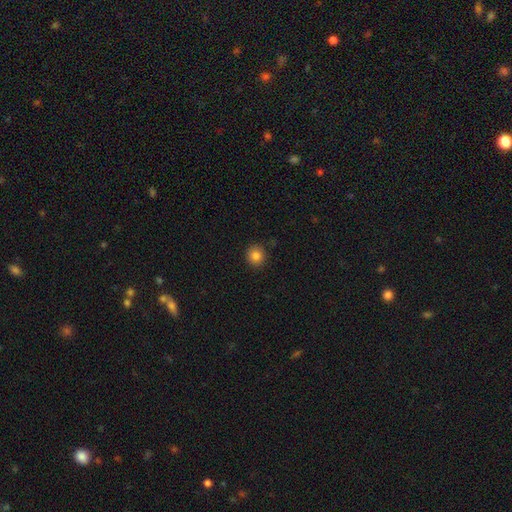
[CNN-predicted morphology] Q: Smooth or featured?
A: smooth (83%); runner-up: star or artifact (11%)
Q: How rounded?
A: round (92%); runner-up: in between (7%)
Q: Merging?
A: none (90%); runner-up: minor disturbance (7%)